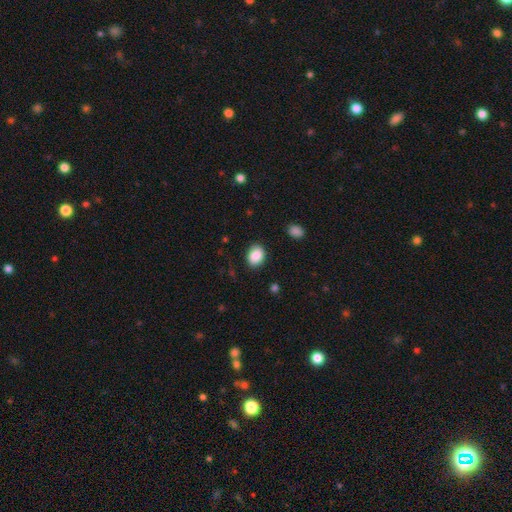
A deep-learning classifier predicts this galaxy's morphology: Smooth or featured?
  - smooth: 88% *
  - star or artifact: 8%
  - featured or disk: 4%
How rounded?
  - in between: 61% *
  - round: 38%
  - cigar-shaped: 1%
Merging?
  - none: 86% *
  - minor disturbance: 10%
  - major disturbance: 3%
  - merger: 1%